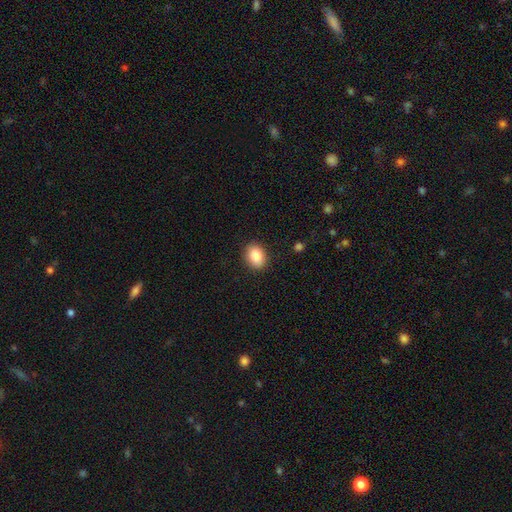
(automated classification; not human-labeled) Morphology: type=smooth (88%); roundness=in between (72%); merging=none (88%).